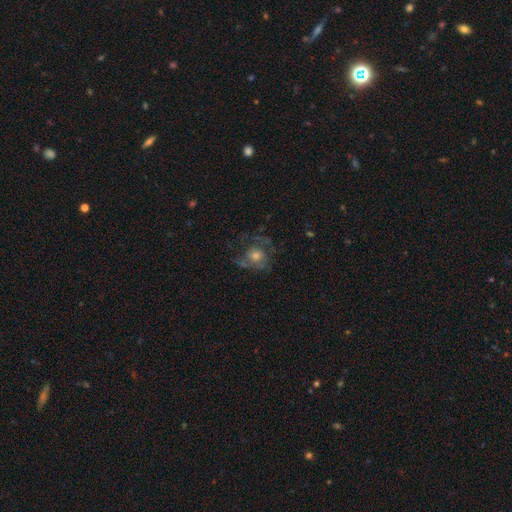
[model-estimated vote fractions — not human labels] A featured or disk galaxy (56%) with no bar (83%), spiral arms (63%) and a moderate central bulge (57%).

Vote fractions:
- Smooth or featured? featured or disk: 56% / smooth: 28% / star or artifact: 15%
- Edge-on disk? no: 96% / yes: 4%
- Bar? no: 83% / weak: 15% / strong: 3%
- Spiral arms? yes: 63% / no: 37%
- Bulge size? moderate: 57% / small: 20% / large: 17% / none: 4% / dominant: 2%
- Merging? none: 55% / major disturbance: 24% / minor disturbance: 19% / merger: 3%